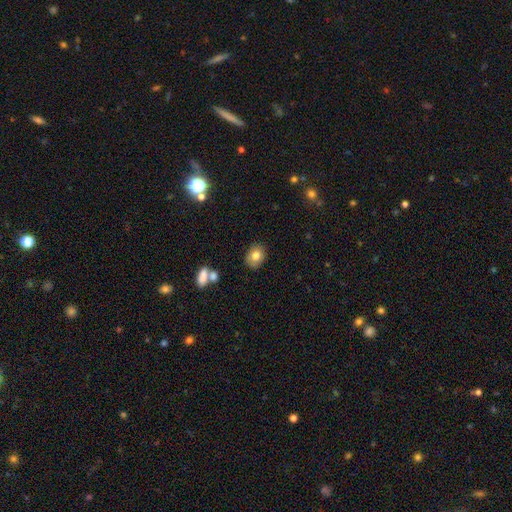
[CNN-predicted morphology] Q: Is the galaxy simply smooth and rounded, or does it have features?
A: smooth — 78%.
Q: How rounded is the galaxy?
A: in between — 55%.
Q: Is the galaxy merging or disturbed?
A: none — 82%.